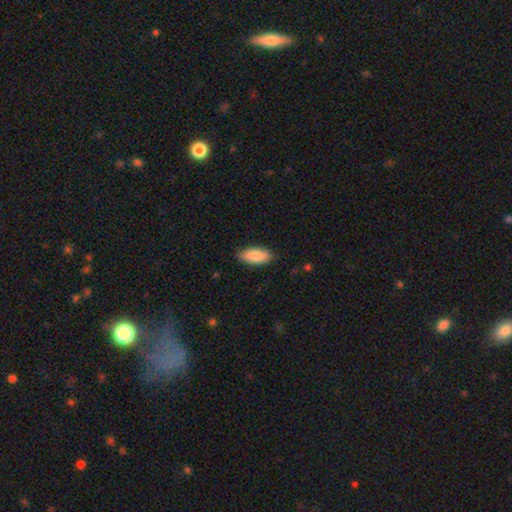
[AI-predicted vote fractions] A smooth galaxy with no disk features (87%) that is in between round and cigar-shaped (89%). Merging: none (85%).